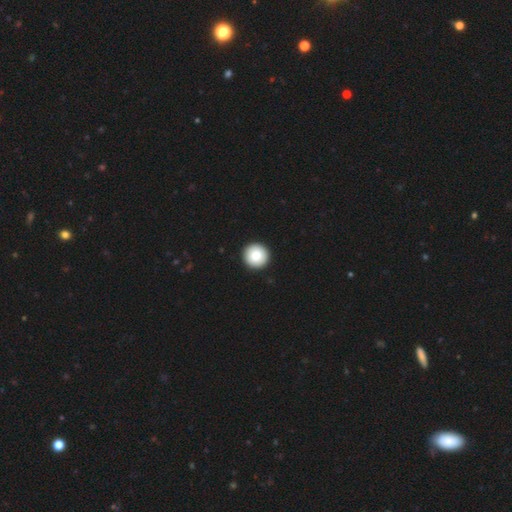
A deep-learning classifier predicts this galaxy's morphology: type=smooth (84%); roundness=round (96%); merging=none (94%).